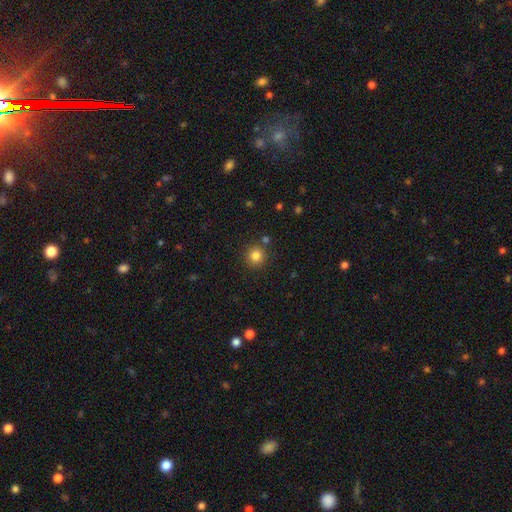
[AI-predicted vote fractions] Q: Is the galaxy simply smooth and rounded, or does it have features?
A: smooth — 83%.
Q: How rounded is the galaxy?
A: round — 93%.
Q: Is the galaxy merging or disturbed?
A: none — 85%.